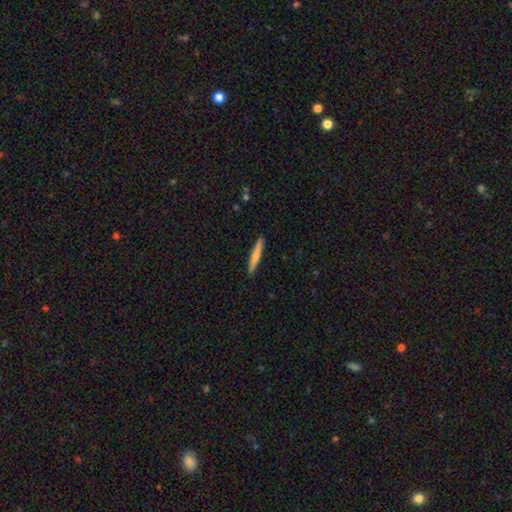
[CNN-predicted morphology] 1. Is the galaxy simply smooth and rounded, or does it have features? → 65% smooth, 30% featured or disk, 5% star or artifact.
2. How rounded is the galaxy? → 96% cigar-shaped, 3% in between, 1% round.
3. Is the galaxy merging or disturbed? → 91% none, 7% minor disturbance, 1% major disturbance, 1% merger.